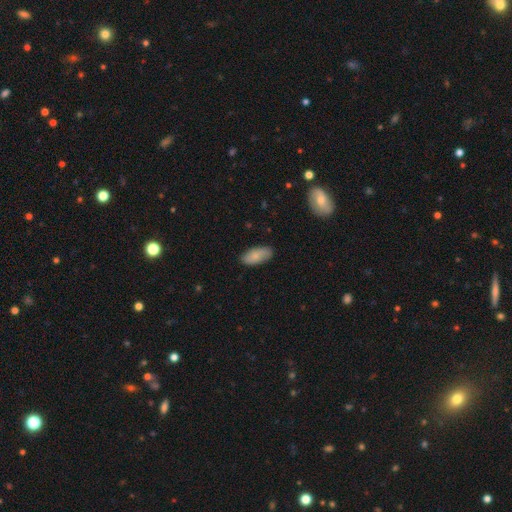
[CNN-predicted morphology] type=smooth (80%); roundness=in between (89%); merging=none (84%).